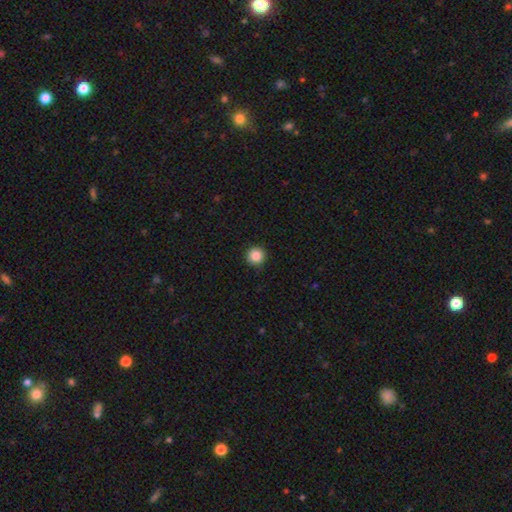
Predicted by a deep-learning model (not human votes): smooth 86%, star or artifact 10%, featured or disk 4%. Down the decision tree: how rounded — round (96%); merging — none (91%).